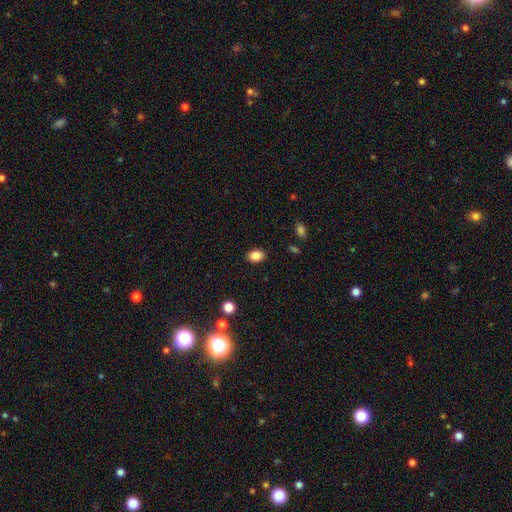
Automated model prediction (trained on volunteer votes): This appears to be a smooth galaxy with no disk features (85%) that is in between round and cigar-shaped (75%). Merging: none (88%).